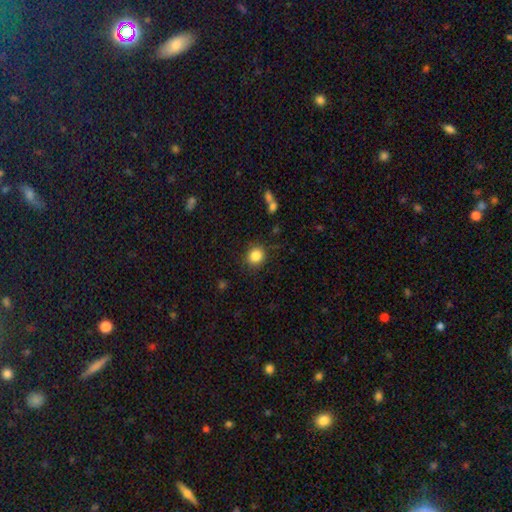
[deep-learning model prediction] smooth-or-featured: smooth: 85% | star or artifact: 10% | featured or disk: 5%
  how-rounded: round: 83% | in between: 16% | cigar-shaped: 1%
  merging: none: 87% | minor disturbance: 8% | major disturbance: 3% | merger: 2%